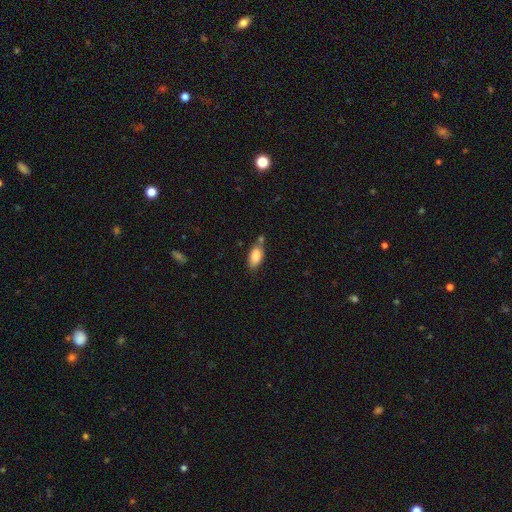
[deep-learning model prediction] Overall: smooth (85%). How rounded: in between (89%). Merging: none (60%).